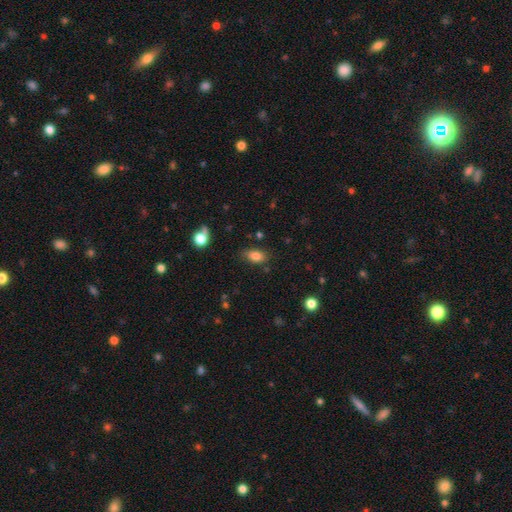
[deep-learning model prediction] The model was most divided on "merging": none: 77%, minor disturbance: 16%, major disturbance: 3%, merger: 3%. More confident: how rounded — in between (86%); smooth or featured — smooth (81%).